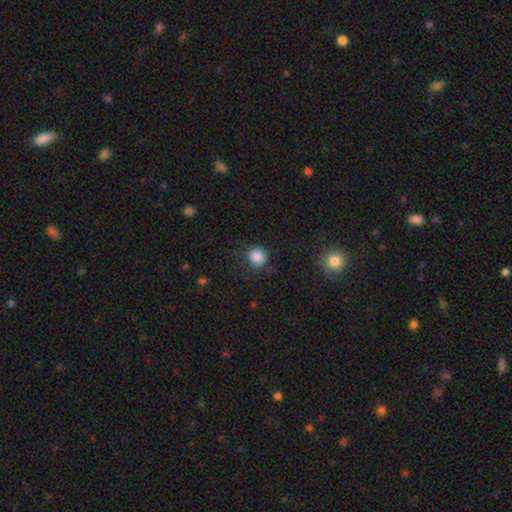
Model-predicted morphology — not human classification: Overall: smooth (86%). How rounded: round (87%). Merging: none (81%).